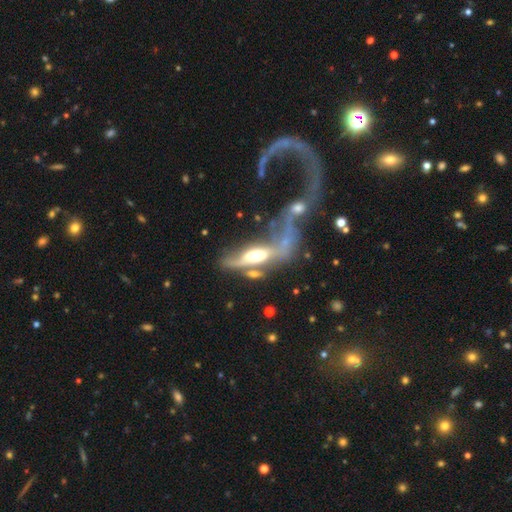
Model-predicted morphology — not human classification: A featured or disk galaxy (63%).

Vote fractions:
- Smooth or featured? featured or disk: 63% / smooth: 30% / star or artifact: 7%
- Edge-on disk? no: 56% / yes: 44%
- Merging? merger: 50% / major disturbance: 22% / none: 17% / minor disturbance: 11%